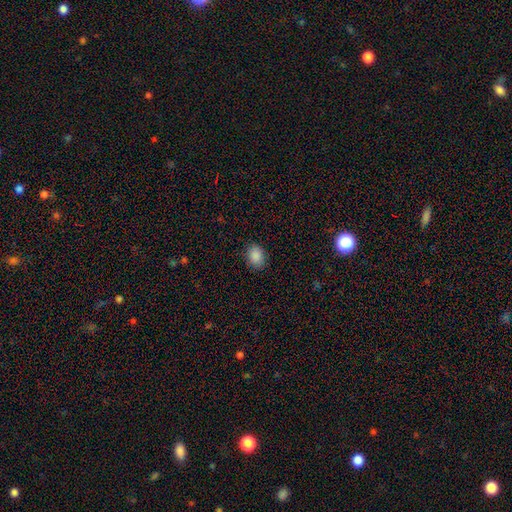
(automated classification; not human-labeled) Q: Smooth or featured?
A: smooth (88%); runner-up: star or artifact (9%)
Q: How rounded?
A: in between (67%); runner-up: round (32%)
Q: Merging?
A: none (86%); runner-up: minor disturbance (11%)